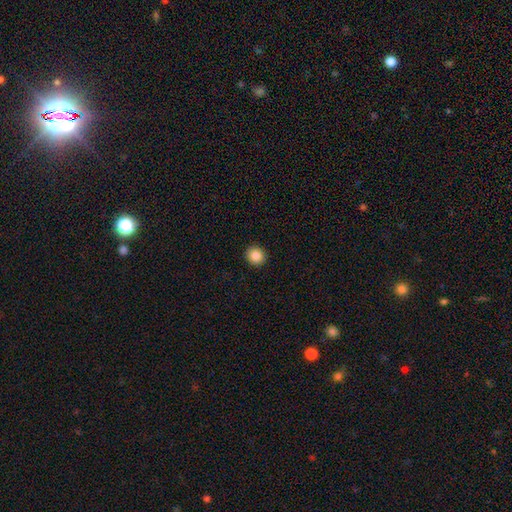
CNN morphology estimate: Smooth or featured: smooth — 85% (star or artifact — 10%)
How rounded: round — 90% (in between — 9%)
Merging: none — 93% (minor disturbance — 5%)